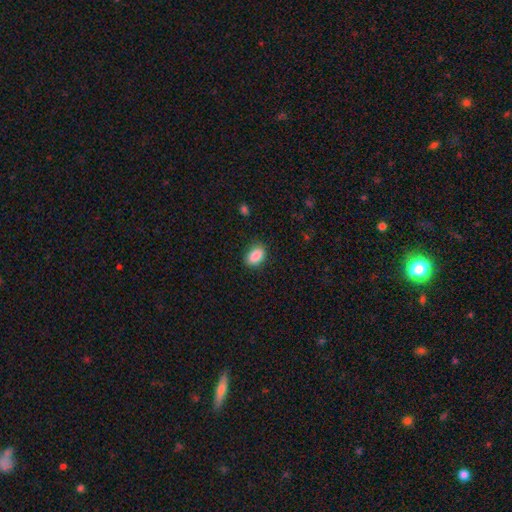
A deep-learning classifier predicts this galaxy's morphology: Smooth or featured? Predicted: smooth (p=0.88). How rounded? Predicted: in between (p=0.85). Merging? Predicted: none (p=0.83).